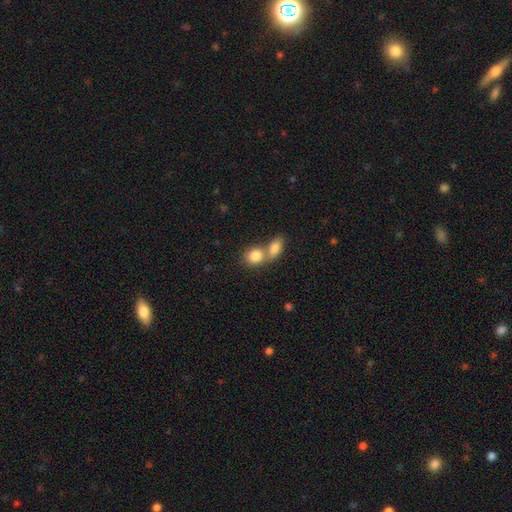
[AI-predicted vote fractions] Q: Smooth or featured?
A: smooth (83%); runner-up: featured or disk (9%)
Q: How rounded?
A: round (53%); runner-up: in between (46%)
Q: Merging?
A: merger (64%); runner-up: none (27%)